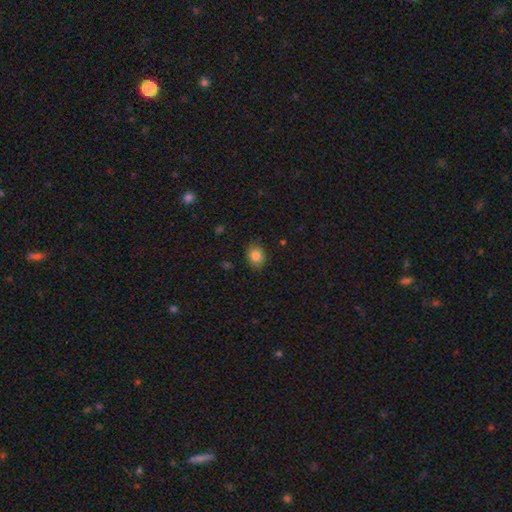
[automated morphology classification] A smooth galaxy with no disk features (84%) that is in between round and cigar-shaped (56%). Merging: none (86%).